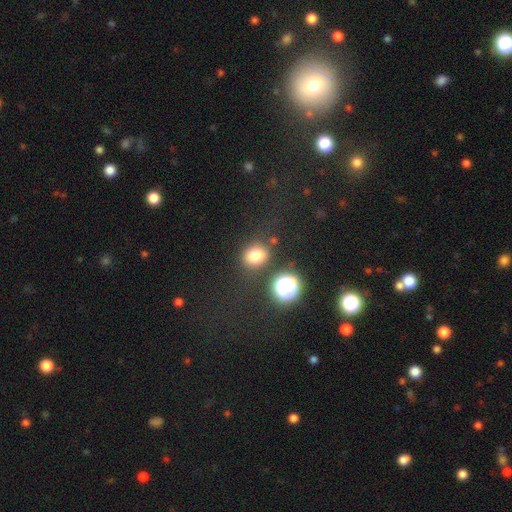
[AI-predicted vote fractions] The model was most divided on "how rounded": round: 55%, in between: 44%, cigar-shaped: 1%. More confident: merging — none (77%); smooth or featured — smooth (76%).